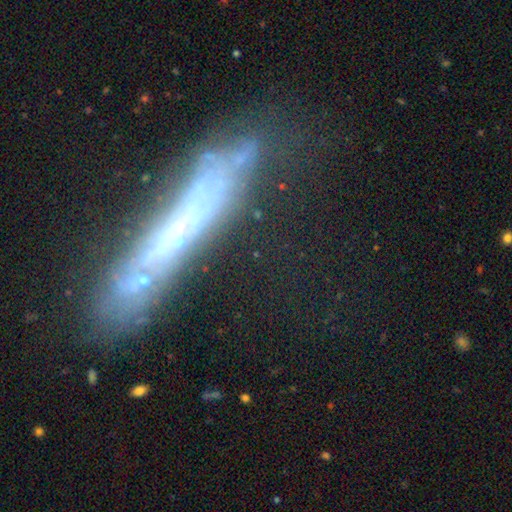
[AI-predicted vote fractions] This is possibly a featured or disk galaxy (52%). It is likely viewed edge-on (62%). Merging: likely none (63%).